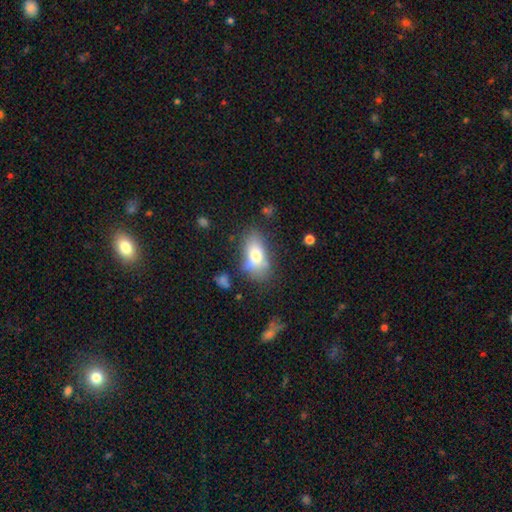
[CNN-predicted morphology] smooth 71%, featured or disk 20%, star or artifact 9%. Down the decision tree: how rounded — in between (87%); merging — none (59%).